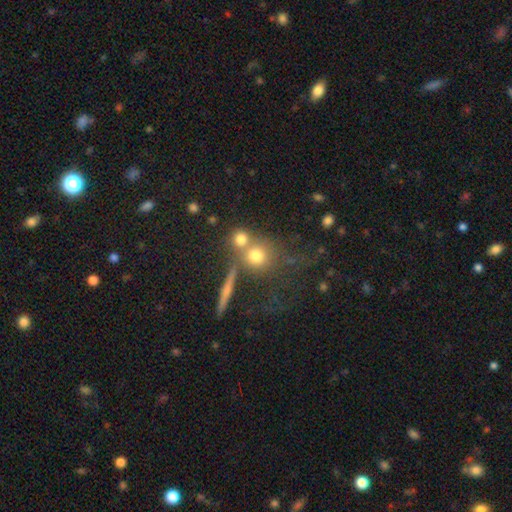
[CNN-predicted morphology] Q: Smooth or featured?
A: smooth (71%); runner-up: featured or disk (15%)
Q: How rounded?
A: round (86%); runner-up: in between (11%)
Q: Merging?
A: none (52%); runner-up: merger (34%)